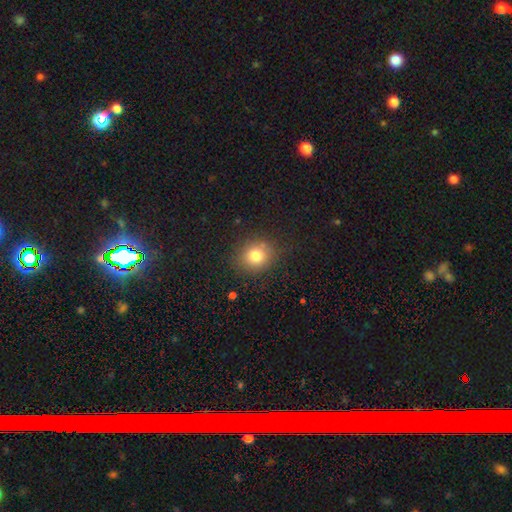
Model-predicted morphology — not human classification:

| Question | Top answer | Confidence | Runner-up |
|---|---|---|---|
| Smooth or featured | smooth | 79% | star or artifact (12%) |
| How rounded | round | 77% | in between (22%) |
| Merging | none | 82% | minor disturbance (12%) |